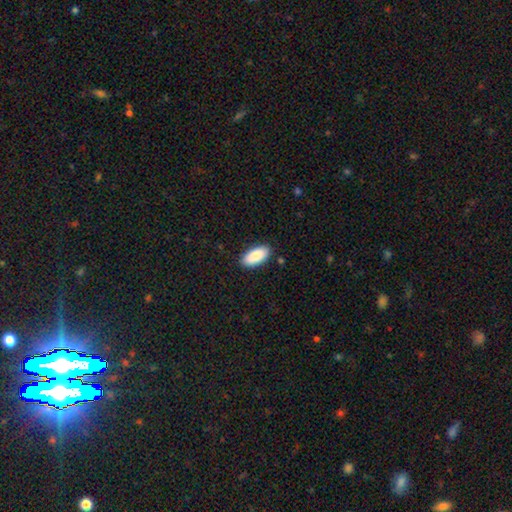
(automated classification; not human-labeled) Smooth or featured? Predicted: smooth (p=0.88). How rounded? Predicted: in between (p=0.93). Merging? Predicted: none (p=0.88).